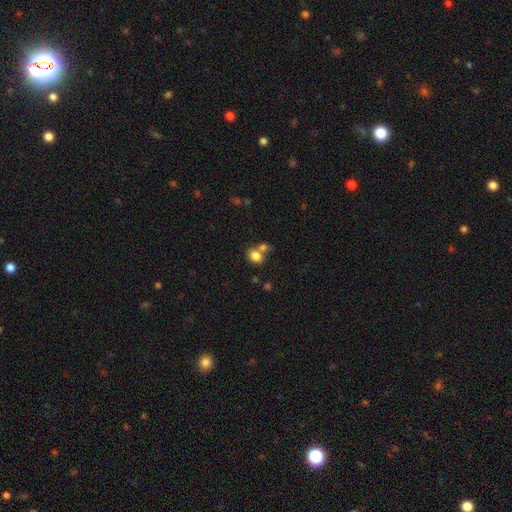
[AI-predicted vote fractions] smooth_or_featured: smooth (p=0.81) [alt: star or artifact p=0.10]
how_rounded: in between (p=0.55) [alt: round p=0.44]
merging: none (p=0.47) [alt: merger p=0.38]